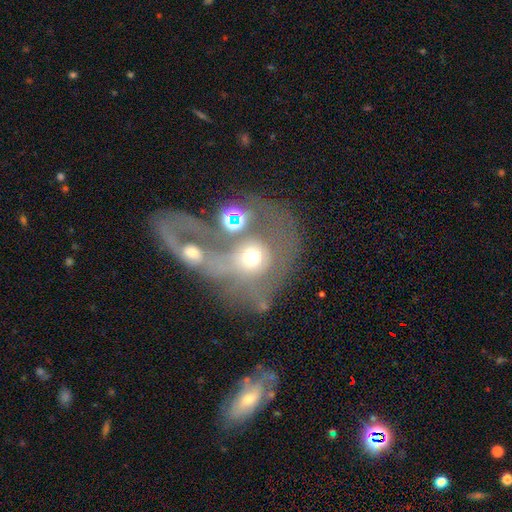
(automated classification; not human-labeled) This is possibly a smooth galaxy (48%). Merging: possibly merger (58%).